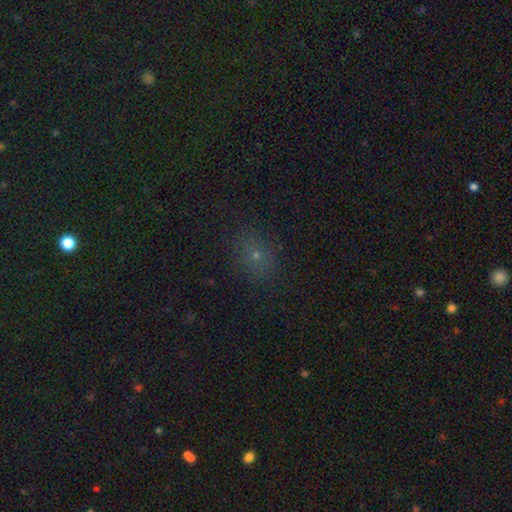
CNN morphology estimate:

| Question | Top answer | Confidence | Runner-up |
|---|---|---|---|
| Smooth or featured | smooth | 61% | star or artifact (28%) |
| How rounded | round | 59% | in between (40%) |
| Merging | none | 84% | minor disturbance (11%) |